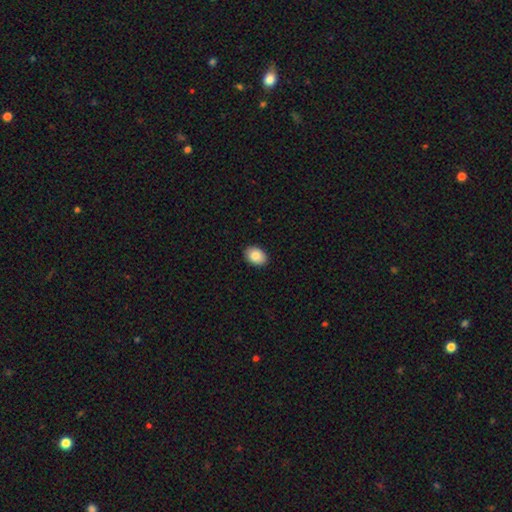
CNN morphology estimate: The model was most divided on "how rounded": in between: 77%, round: 22%, cigar-shaped: 1%. More confident: merging — none (90%); smooth or featured — smooth (88%).